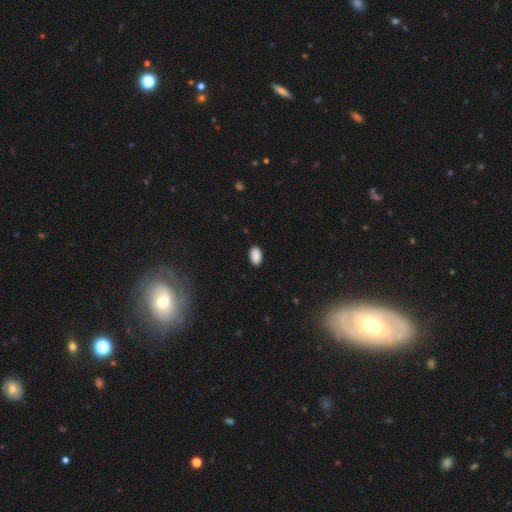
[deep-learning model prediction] This appears to be a smooth galaxy with no disk features (90%) that is in between round and cigar-shaped (94%). Merging: none (87%).